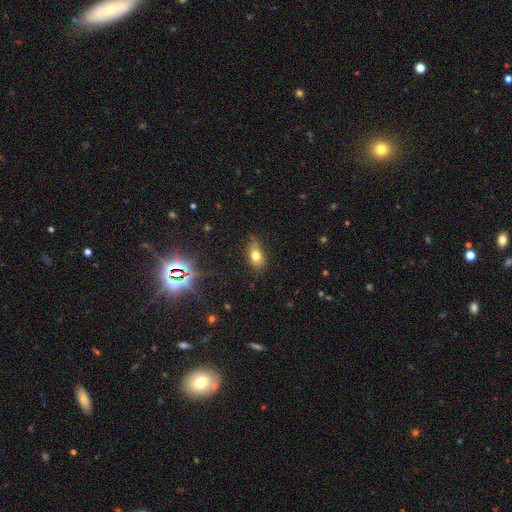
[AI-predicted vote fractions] A smooth galaxy with no disk features (72%) that is in between round and cigar-shaped (83%). Merging: none (70%).